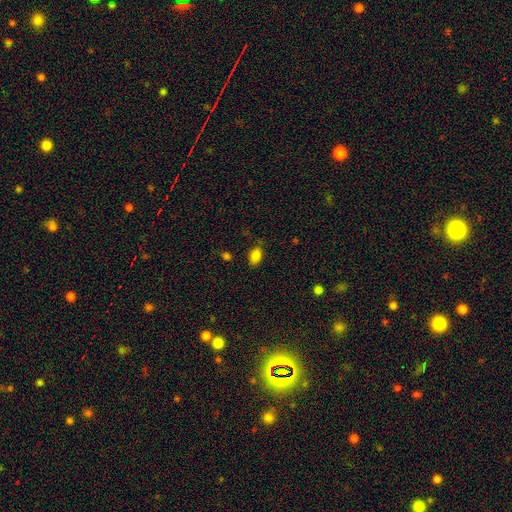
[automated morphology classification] type=smooth (85%); roundness=in between (87%); merging=none (78%).